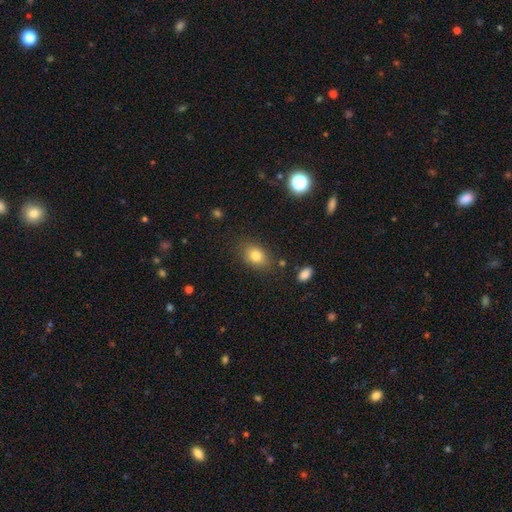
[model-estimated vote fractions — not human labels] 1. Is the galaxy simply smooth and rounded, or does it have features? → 81% smooth, 10% star or artifact, 9% featured or disk.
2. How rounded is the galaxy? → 76% in between, 22% round, 2% cigar-shaped.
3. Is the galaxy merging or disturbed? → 81% none, 13% minor disturbance, 4% major disturbance, 3% merger.